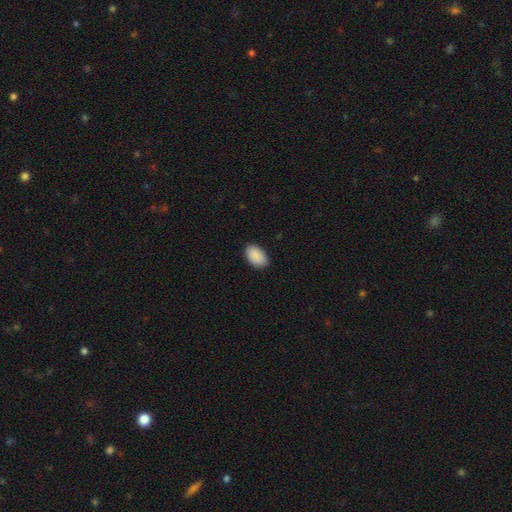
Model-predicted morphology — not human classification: Smooth or featured?
  - smooth: 91% *
  - star or artifact: 6%
  - featured or disk: 3%
How rounded?
  - in between: 93% *
  - round: 6%
  - cigar-shaped: 1%
Merging?
  - none: 89% *
  - minor disturbance: 8%
  - major disturbance: 2%
  - merger: 1%